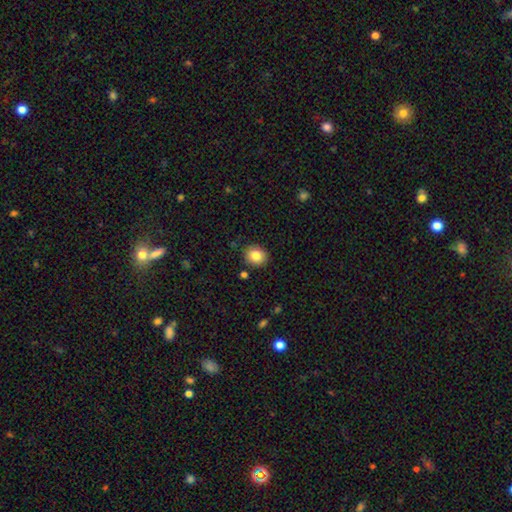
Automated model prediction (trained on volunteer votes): The model was most divided on "how rounded": round: 68%, in between: 31%, cigar-shaped: 1%. More confident: merging — none (87%); smooth or featured — smooth (84%).